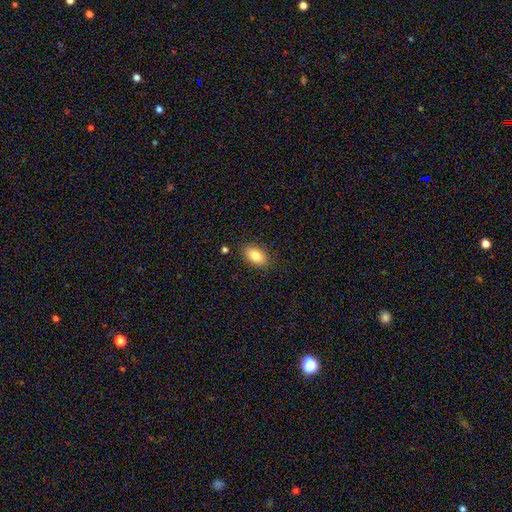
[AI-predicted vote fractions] A smooth galaxy with no disk features (83%) that is in between round and cigar-shaped (90%).

Vote fractions:
- Smooth or featured? smooth: 83% / featured or disk: 9% / star or artifact: 8%
- How rounded? in between: 90% / round: 8% / cigar-shaped: 2%
- Merging? none: 86% / minor disturbance: 10% / major disturbance: 2% / merger: 2%